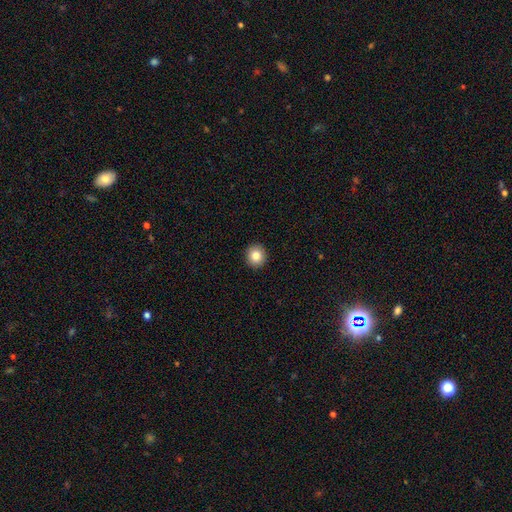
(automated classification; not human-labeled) The model was most divided on "smooth or featured": smooth: 83%, star or artifact: 9%, featured or disk: 8%. More confident: merging — none (93%); how rounded — round (92%).